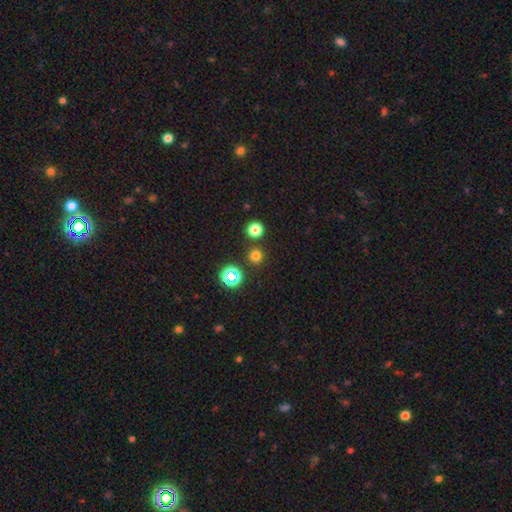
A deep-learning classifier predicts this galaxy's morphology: Overall: smooth (71%). How rounded: round (93%). Merging: none (84%).